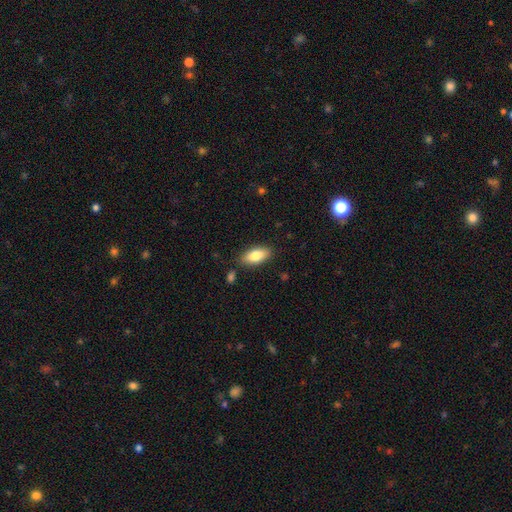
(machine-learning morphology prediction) This is clearly a smooth galaxy (81%). How rounded: clearly in between (87%). Merging: clearly none (84%).